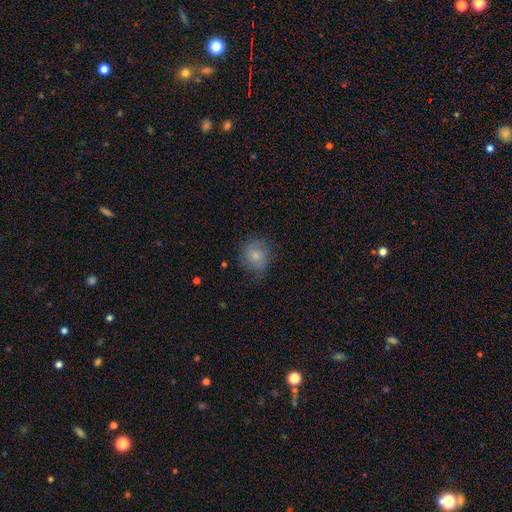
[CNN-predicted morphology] Overall: smooth (73%). How rounded: round (73%). Merging: none (71%).